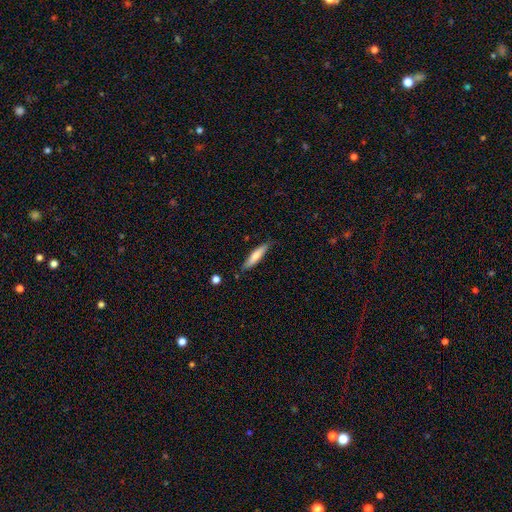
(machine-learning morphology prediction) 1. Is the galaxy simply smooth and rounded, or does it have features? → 72% smooth, 22% featured or disk, 6% star or artifact.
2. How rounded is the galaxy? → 80% cigar-shaped, 19% in between, 1% round.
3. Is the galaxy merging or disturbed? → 82% none, 14% minor disturbance, 2% major disturbance, 2% merger.